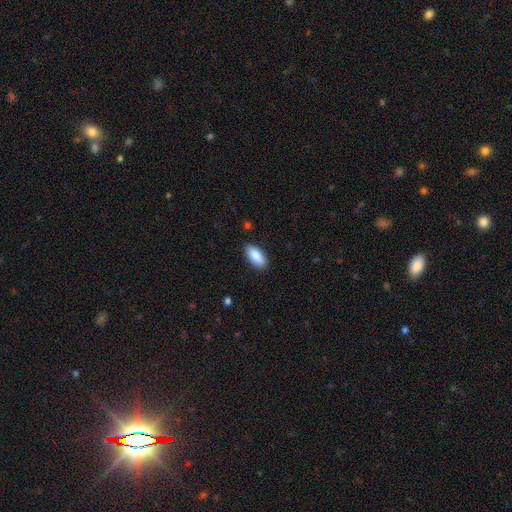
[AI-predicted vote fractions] Smooth or featured? smooth (87%)
How rounded? in between (89%)
Merging? none (88%)